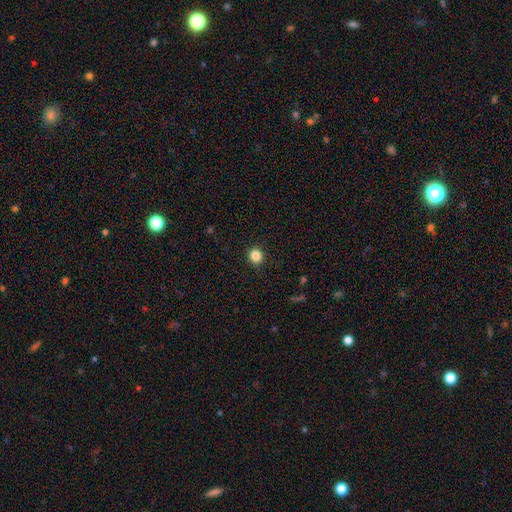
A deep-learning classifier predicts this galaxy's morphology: Q: Smooth or featured?
A: smooth (85%); runner-up: star or artifact (11%)
Q: How rounded?
A: round (87%); runner-up: in between (12%)
Q: Merging?
A: none (91%); runner-up: minor disturbance (6%)